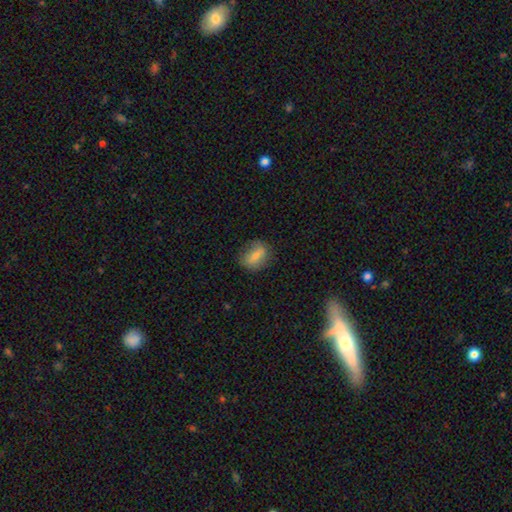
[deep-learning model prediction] A smooth galaxy with no disk features (65%) that is in between round and cigar-shaped (61%).

Vote fractions:
- Smooth or featured? smooth: 65% / featured or disk: 24% / star or artifact: 10%
- How rounded? in between: 61% / round: 35% / cigar-shaped: 4%
- Merging? none: 75% / minor disturbance: 17% / major disturbance: 5% / merger: 3%